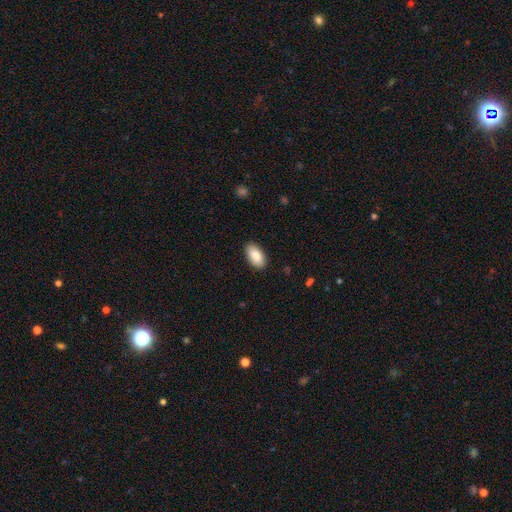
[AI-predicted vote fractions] smooth 88%, star or artifact 6%, featured or disk 6%. Down the decision tree: how rounded — in between (95%); merging — none (88%).